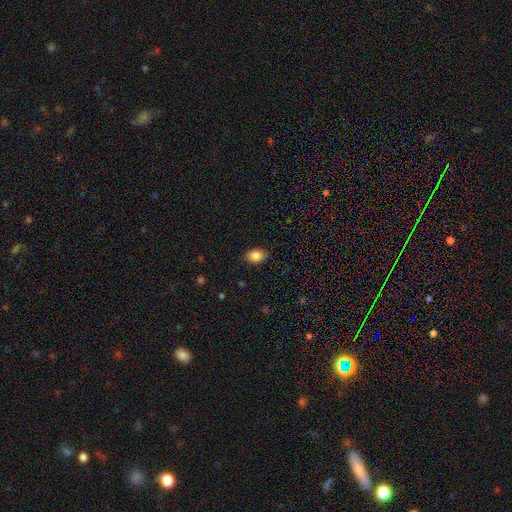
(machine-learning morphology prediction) Overall: smooth (87%). How rounded: in between (75%). Merging: none (87%).